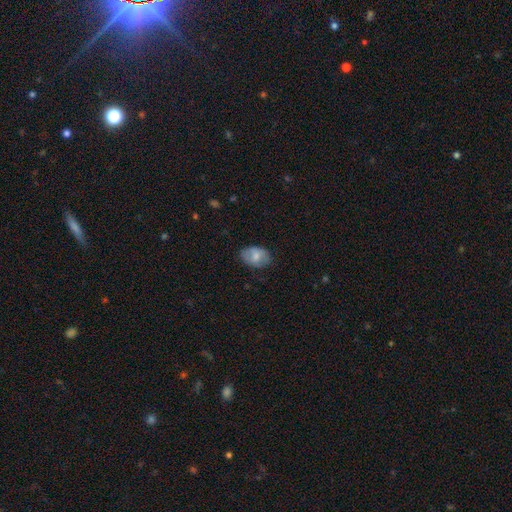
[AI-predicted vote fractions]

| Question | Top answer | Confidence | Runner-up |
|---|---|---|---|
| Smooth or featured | smooth | 70% | featured or disk (23%) |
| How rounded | in between | 82% | round (17%) |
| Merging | none | 75% | minor disturbance (19%) |